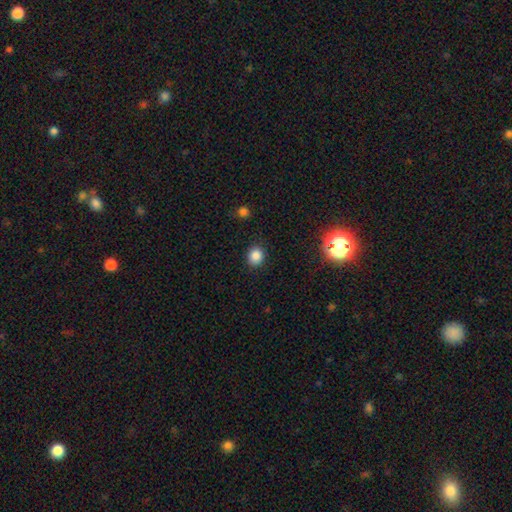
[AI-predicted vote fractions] Smooth or featured?
  - smooth: 84% *
  - star or artifact: 12%
  - featured or disk: 4%
How rounded?
  - round: 73% *
  - in between: 26%
  - cigar-shaped: 1%
Merging?
  - none: 89% *
  - minor disturbance: 8%
  - major disturbance: 2%
  - merger: 1%